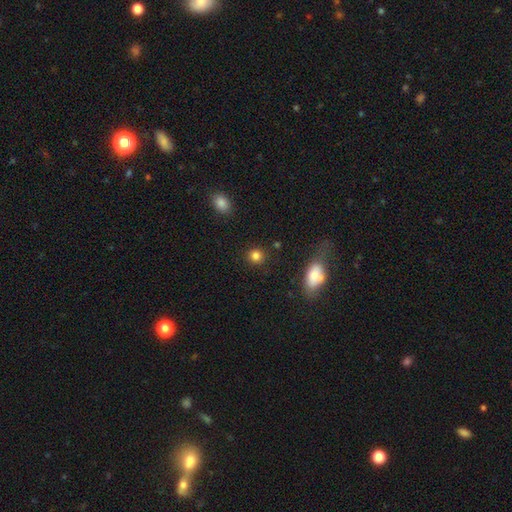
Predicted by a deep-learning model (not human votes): Smooth or featured? Predicted: smooth (p=0.84). How rounded? Predicted: round (p=0.88). Merging? Predicted: none (p=0.87).